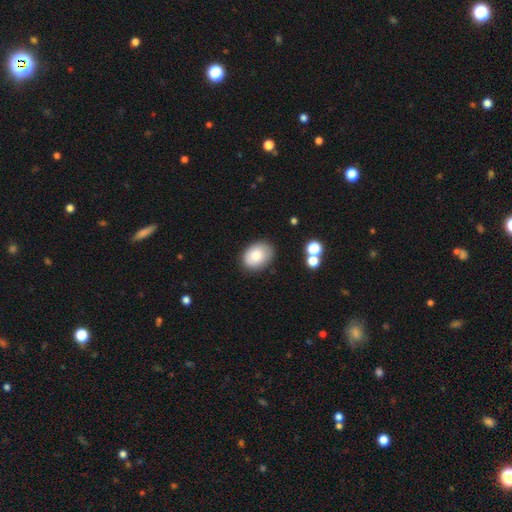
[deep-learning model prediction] smooth 81%, featured or disk 11%, star or artifact 8%. Down the decision tree: how rounded — in between (73%); merging — none (82%).